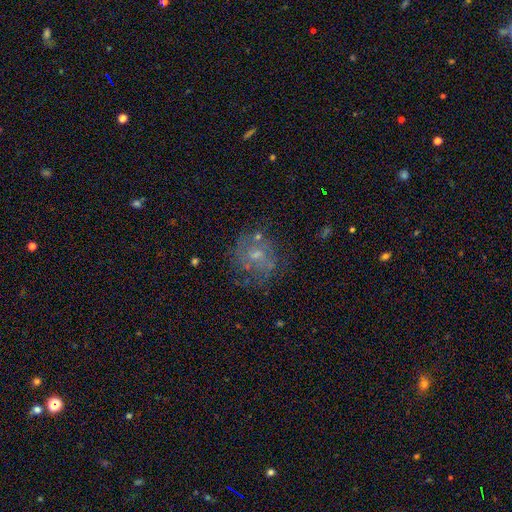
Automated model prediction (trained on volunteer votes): Overall: featured or disk (50%; smooth 29%). Edge-on disk: no (97%). Merging: none (66%).